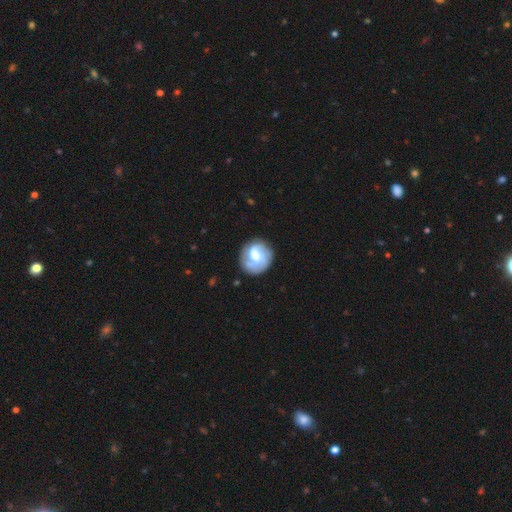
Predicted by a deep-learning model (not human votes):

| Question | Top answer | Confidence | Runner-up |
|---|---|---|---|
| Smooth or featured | featured or disk | 55% | smooth (38%) |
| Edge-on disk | no | 98% | yes (2%) |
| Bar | weak | 43% | tied: no (43%) |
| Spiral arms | yes | 80% | no (20%) |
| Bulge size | moderate | 39% | large (30%) |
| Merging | none | 72% | minor disturbance (18%) |